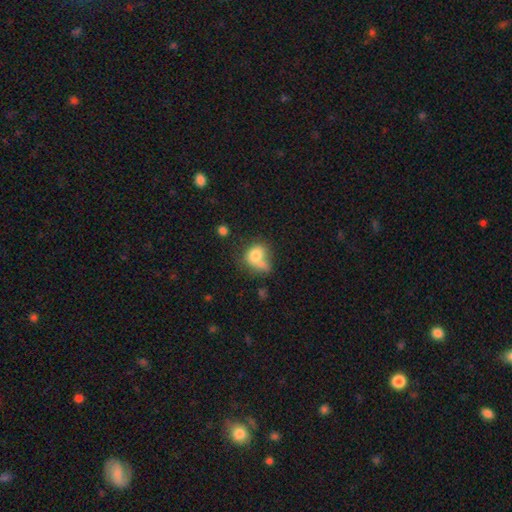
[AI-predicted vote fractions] The model was most divided on "merging": merger: 36%, none: 29%, minor disturbance: 18%, major disturbance: 17%. More confident: smooth or featured — smooth (75%); how rounded — in between (55%).